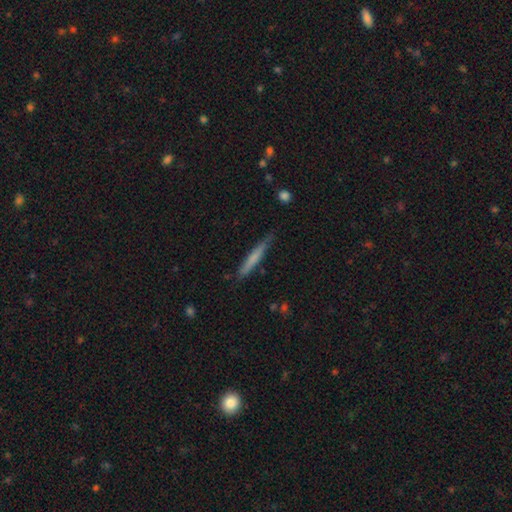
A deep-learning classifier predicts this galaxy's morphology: A smooth galaxy with no disk features (63%) that is cigar-shaped (95%).

Vote fractions:
- Smooth or featured? smooth: 63% / featured or disk: 31% / star or artifact: 6%
- How rounded? cigar-shaped: 95% / in between: 3% / round: 1%
- Merging? none: 80% / minor disturbance: 16% / major disturbance: 2% / merger: 2%